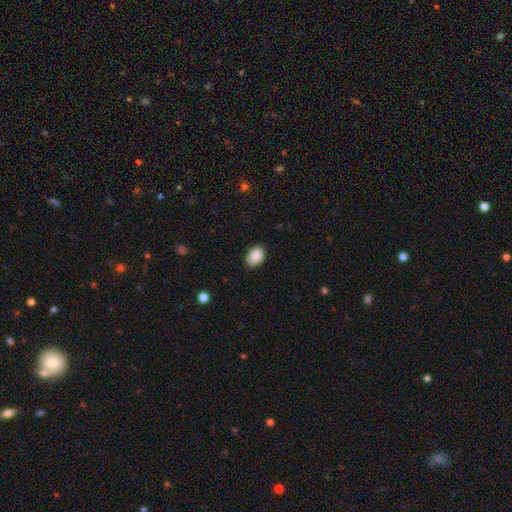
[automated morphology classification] type=smooth (87%); roundness=in between (78%); merging=none (86%).